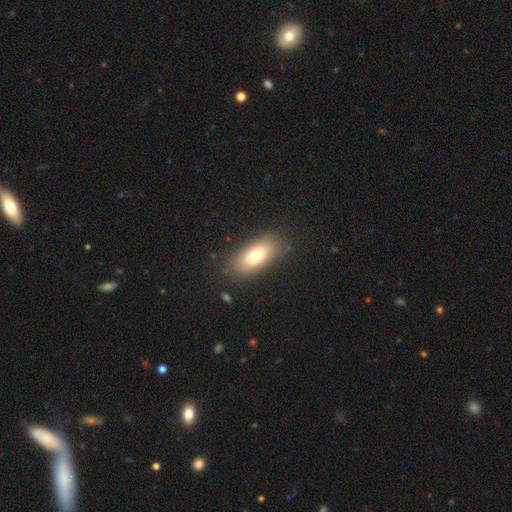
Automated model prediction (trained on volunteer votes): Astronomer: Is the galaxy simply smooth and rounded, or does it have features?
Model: smooth — 72%.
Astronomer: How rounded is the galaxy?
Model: in between — 85%.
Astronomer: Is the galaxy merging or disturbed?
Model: none — 85%.